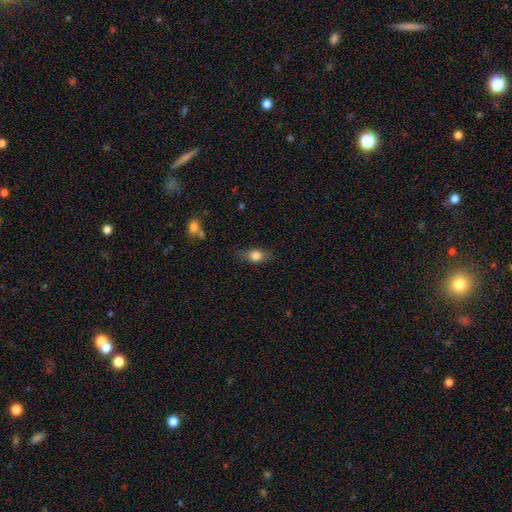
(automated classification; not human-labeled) The model was most divided on "how rounded": in between: 71%, round: 20%, cigar-shaped: 9%. More confident: smooth or featured — smooth (77%); merging — none (75%).